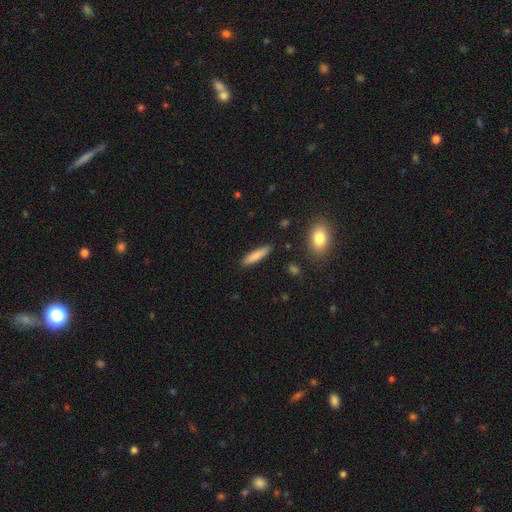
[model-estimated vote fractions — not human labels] Smooth or featured? smooth (82%)
How rounded? cigar-shaped (82%)
Merging? none (88%)